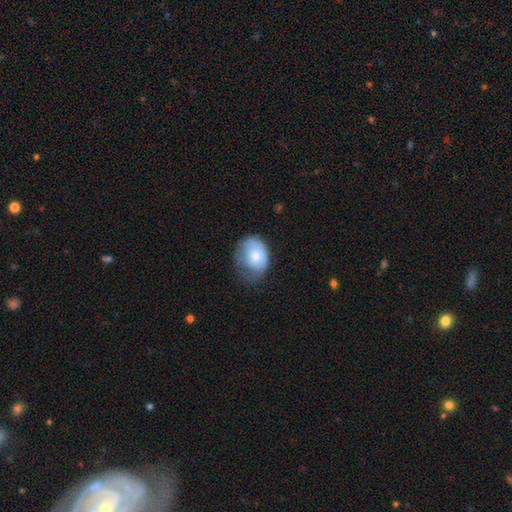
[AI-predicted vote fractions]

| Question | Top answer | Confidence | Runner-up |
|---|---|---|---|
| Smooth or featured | smooth | 71% | featured or disk (21%) |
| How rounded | in between | 56% | round (43%) |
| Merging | minor disturbance | 41% | none (33%) |